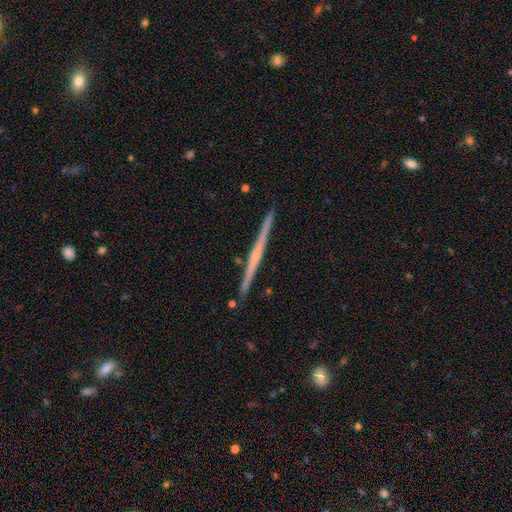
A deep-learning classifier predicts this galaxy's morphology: Q: Smooth or featured?
A: featured or disk (74%); runner-up: smooth (21%)
Q: Edge-on disk?
A: yes (99%); runner-up: no (1%)
Q: Edge-on bulge?
A: none (62%); runner-up: rounded (30%)
Q: Merging?
A: none (92%); runner-up: minor disturbance (5%)